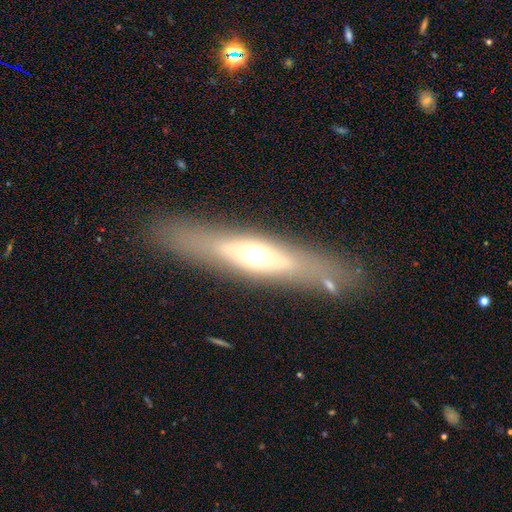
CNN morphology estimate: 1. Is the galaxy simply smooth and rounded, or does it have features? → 50% featured or disk, 41% smooth, 9% star or artifact.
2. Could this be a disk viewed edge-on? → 70% yes, 30% no.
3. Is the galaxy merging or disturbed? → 80% none, 11% minor disturbance, 5% major disturbance, 3% merger.